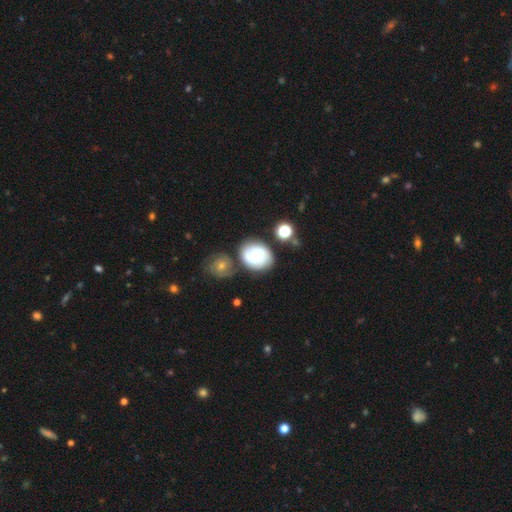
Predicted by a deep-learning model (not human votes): featured or disk 54%, smooth 38%, star or artifact 9%. Down the decision tree: edge-on disk — no (97%); bar — no (53%); spiral arms — yes (90%); bulge size — small (37%); merging — none (61%).